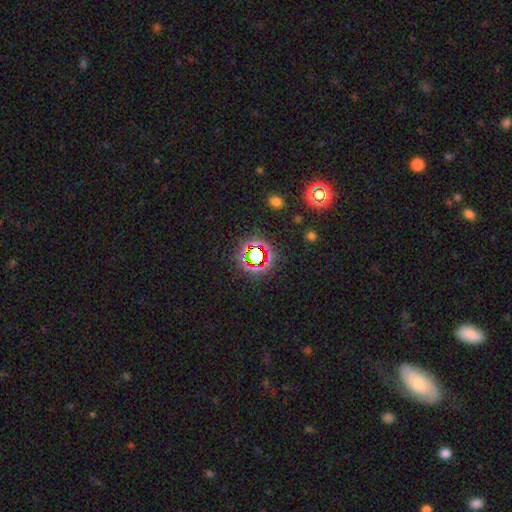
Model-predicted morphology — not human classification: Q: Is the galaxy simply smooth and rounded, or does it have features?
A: star or artifact — 68%.